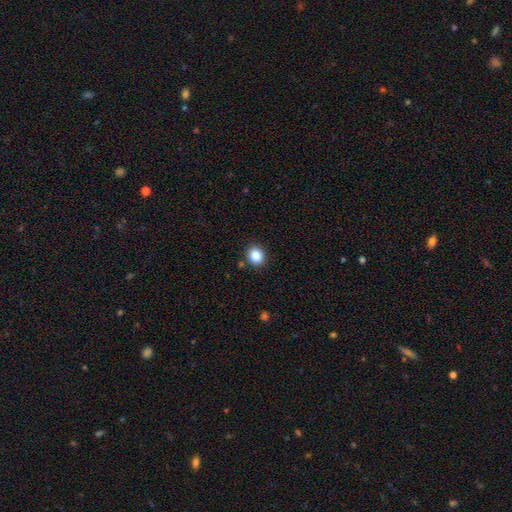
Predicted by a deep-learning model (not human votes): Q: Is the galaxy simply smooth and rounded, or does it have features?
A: smooth — 86%.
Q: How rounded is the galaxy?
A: round — 75%.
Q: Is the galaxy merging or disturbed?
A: none — 88%.